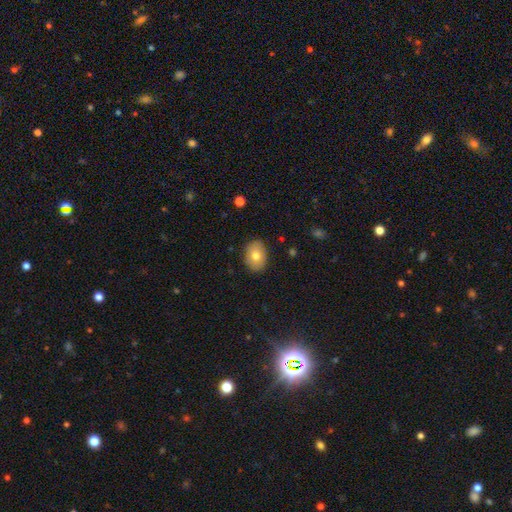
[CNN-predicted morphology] A smooth galaxy with no disk features (75%) that is in between round and cigar-shaped (71%).

Vote fractions:
- Smooth or featured? smooth: 75% / featured or disk: 17% / star or artifact: 8%
- How rounded? in between: 71% / round: 28% / cigar-shaped: 1%
- Merging? none: 86% / minor disturbance: 11% / major disturbance: 2% / merger: 1%